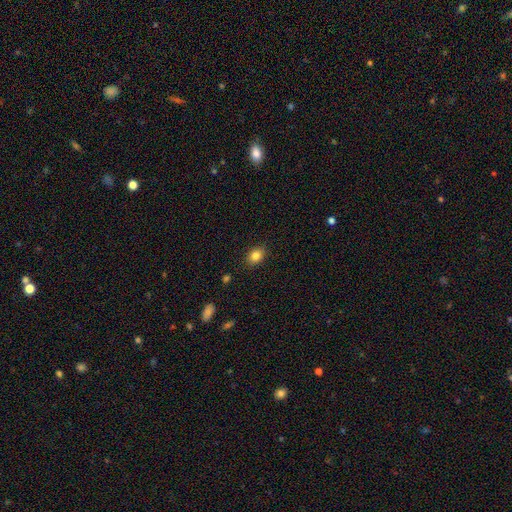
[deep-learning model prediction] Smooth or featured? smooth (84%)
How rounded? in between (70%)
Merging? none (88%)